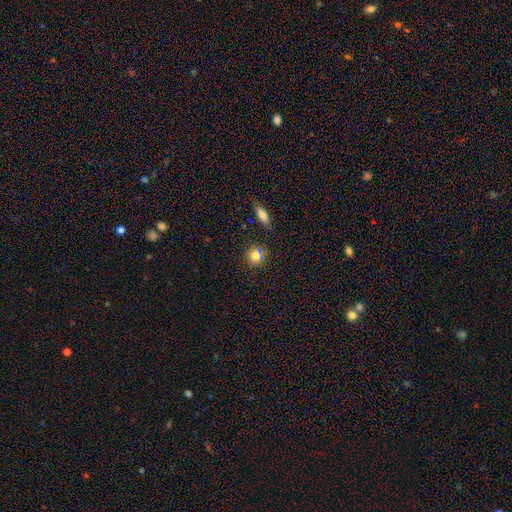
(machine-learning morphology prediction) Smooth or featured?
  - smooth: 75% *
  - star or artifact: 16%
  - featured or disk: 9%
How rounded?
  - round: 88% *
  - in between: 10%
  - cigar-shaped: 1%
Merging?
  - none: 83% *
  - minor disturbance: 9%
  - merger: 5%
  - major disturbance: 3%